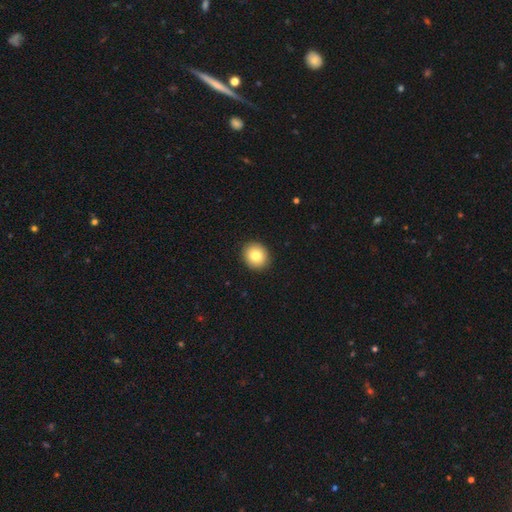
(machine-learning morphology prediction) Smooth or featured? Predicted: smooth (p=0.82). How rounded? Predicted: round (p=0.79). Merging? Predicted: none (p=0.91).